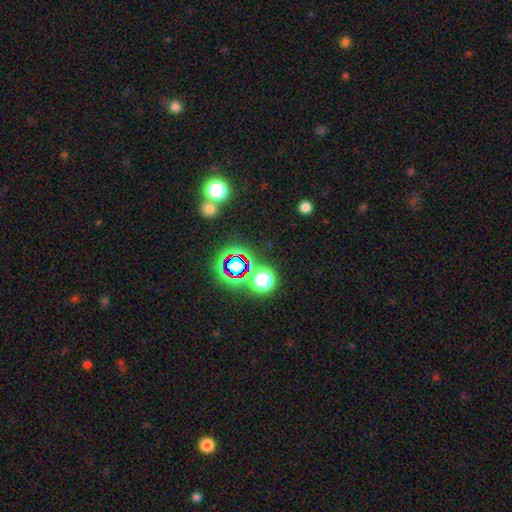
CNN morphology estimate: star or artifact 68%, smooth 23%, featured or disk 9%.